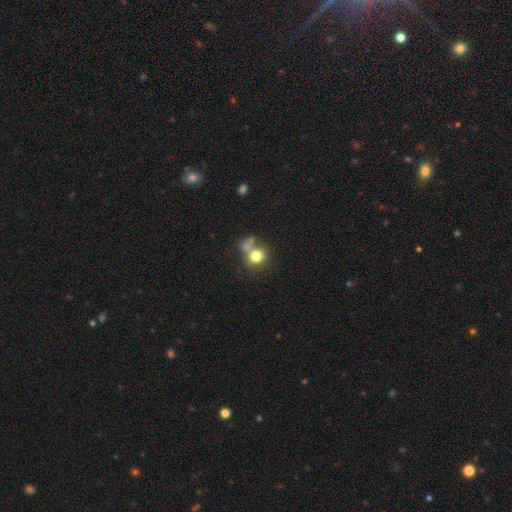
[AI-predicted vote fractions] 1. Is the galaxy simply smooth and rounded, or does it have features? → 77% smooth, 12% featured or disk, 11% star or artifact.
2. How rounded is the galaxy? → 79% round, 20% in between, 1% cigar-shaped.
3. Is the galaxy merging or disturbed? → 47% none, 35% merger, 11% minor disturbance, 6% major disturbance.